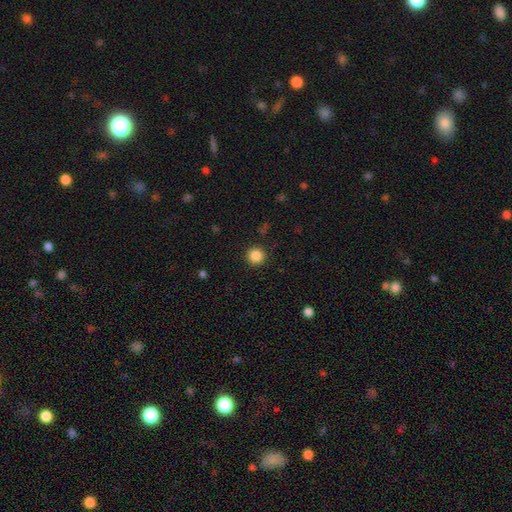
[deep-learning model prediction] A smooth galaxy with no disk features (86%) that is round (95%).

Vote fractions:
- Smooth or featured? smooth: 86% / star or artifact: 10% / featured or disk: 3%
- How rounded? round: 95% / in between: 4% / cigar-shaped: 1%
- Merging? none: 92% / minor disturbance: 5% / major disturbance: 2% / merger: 1%